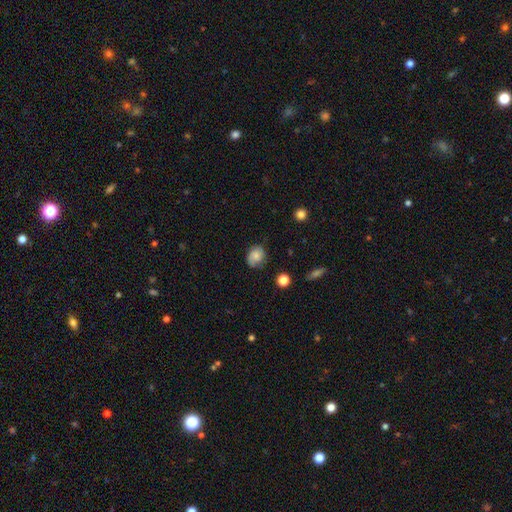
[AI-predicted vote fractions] A smooth galaxy with no disk features (63%) that is in between round and cigar-shaped (52%).

Vote fractions:
- Smooth or featured? smooth: 63% / featured or disk: 28% / star or artifact: 10%
- How rounded? in between: 52% / round: 47% / cigar-shaped: 1%
- Merging? none: 66% / minor disturbance: 25% / major disturbance: 7% / merger: 2%